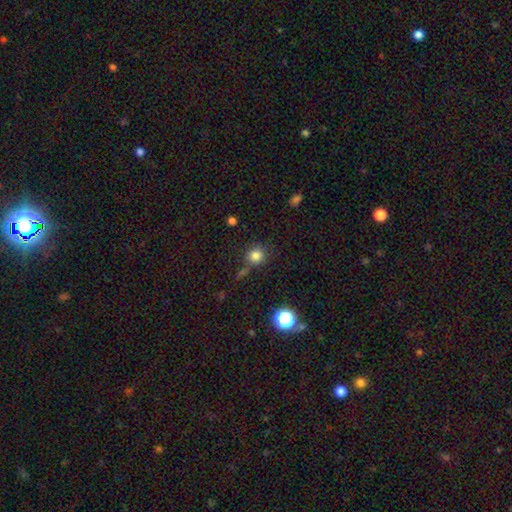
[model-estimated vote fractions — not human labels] Smooth or featured: smooth — 81% (star or artifact — 14%)
How rounded: round — 87% (in between — 12%)
Merging: none — 74% (minor disturbance — 13%)